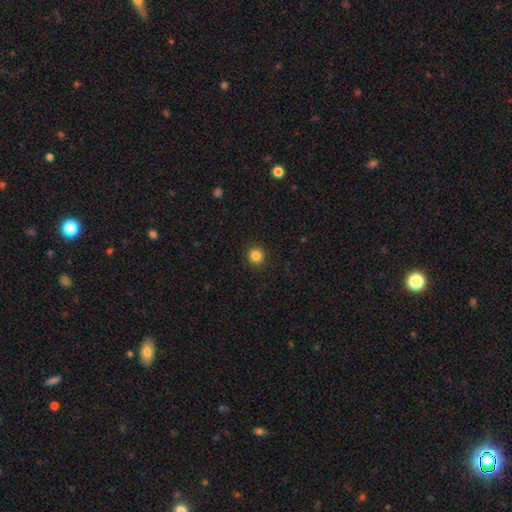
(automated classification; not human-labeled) The model was most divided on "smooth or featured": smooth: 85%, star or artifact: 12%, featured or disk: 4%. More confident: how rounded — round (94%); merging — none (91%).